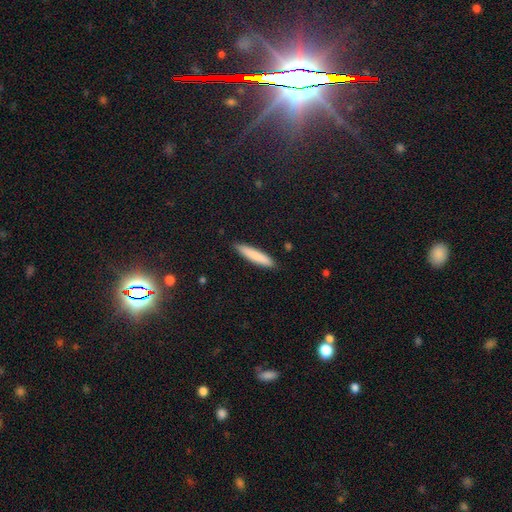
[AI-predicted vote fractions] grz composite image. It shows a smooth galaxy with no disk features (82%) that is cigar-shaped (88%). Merging: none (88%).